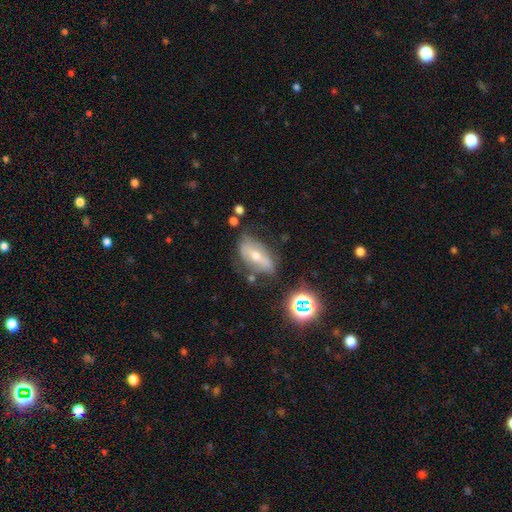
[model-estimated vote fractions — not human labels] A featured or disk galaxy (52%).

Vote fractions:
- Smooth or featured? featured or disk: 52% / smooth: 33% / star or artifact: 14%
- Edge-on disk? no: 77% / yes: 23%
- Merging? none: 62% / minor disturbance: 24% / major disturbance: 9% / merger: 5%